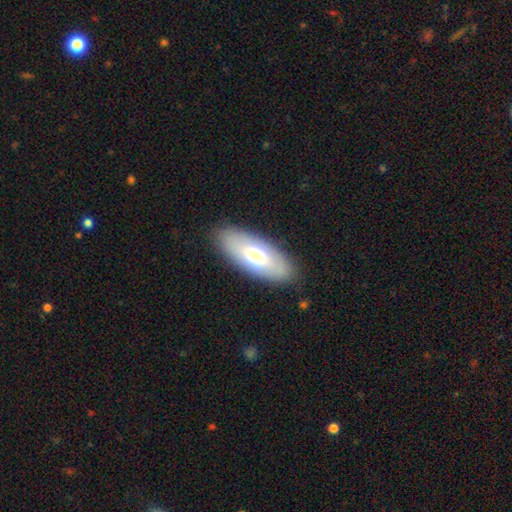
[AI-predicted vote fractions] A smooth galaxy with no disk features (64%) that is in between round and cigar-shaped (82%).

Vote fractions:
- Smooth or featured? smooth: 64% / featured or disk: 29% / star or artifact: 6%
- How rounded? in between: 82% / cigar-shaped: 16% / round: 2%
- Merging? none: 86% / minor disturbance: 10% / major disturbance: 3% / merger: 1%